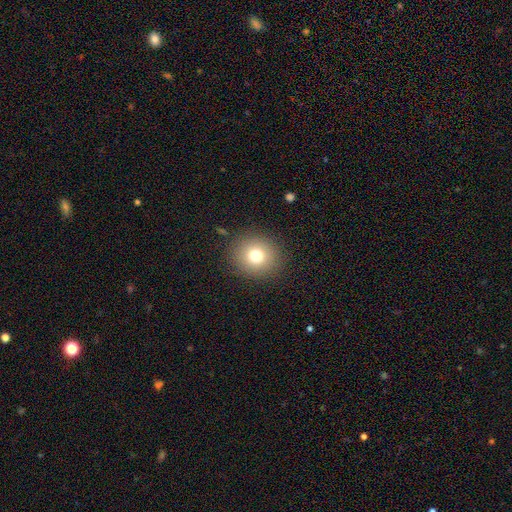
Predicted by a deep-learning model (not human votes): Q: Smooth or featured?
A: smooth (75%); runner-up: star or artifact (13%)
Q: How rounded?
A: round (88%); runner-up: in between (11%)
Q: Merging?
A: none (88%); runner-up: minor disturbance (7%)